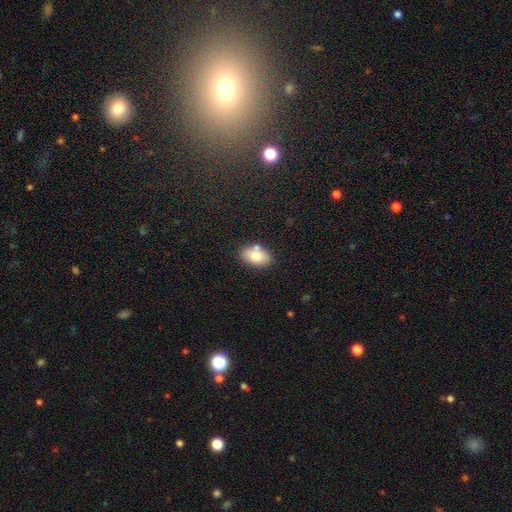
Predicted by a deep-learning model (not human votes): Q: Smooth or featured?
A: smooth (78%); runner-up: featured or disk (14%)
Q: How rounded?
A: in between (89%); runner-up: round (10%)
Q: Merging?
A: none (73%); runner-up: minor disturbance (13%)